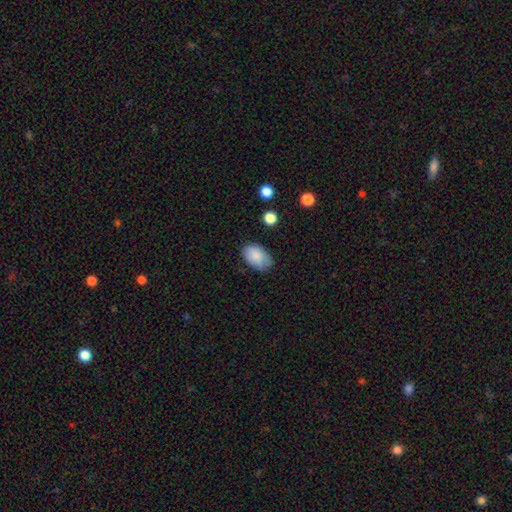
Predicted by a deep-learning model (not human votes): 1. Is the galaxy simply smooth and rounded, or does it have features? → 86% smooth, 7% star or artifact, 7% featured or disk.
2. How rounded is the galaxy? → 91% in between, 8% round, 1% cigar-shaped.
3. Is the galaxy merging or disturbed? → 75% none, 19% minor disturbance, 4% major disturbance, 1% merger.